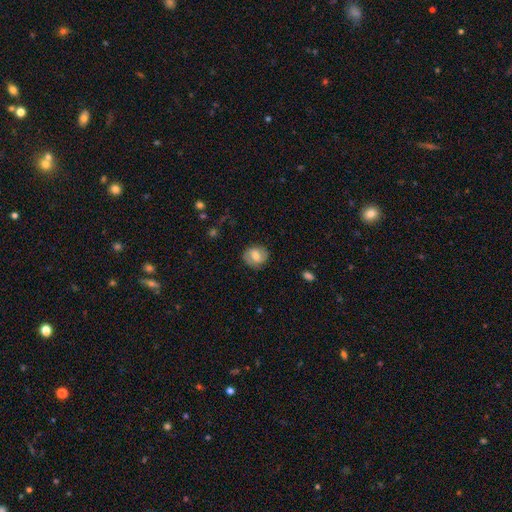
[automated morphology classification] The model was most divided on "smooth or featured": smooth: 62%, featured or disk: 31%, star or artifact: 8%. More confident: merging — none (83%); how rounded — round (67%).